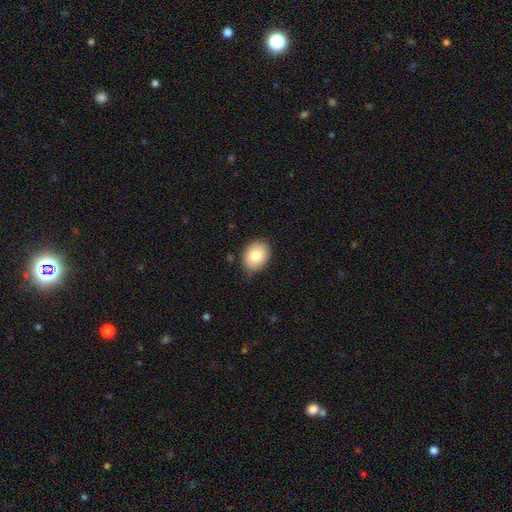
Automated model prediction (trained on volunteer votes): smooth_or_featured: smooth (p=0.82) [alt: featured or disk p=0.11]
how_rounded: in between (p=0.55) [alt: round p=0.44]
merging: none (p=0.76) [alt: minor disturbance p=0.19]